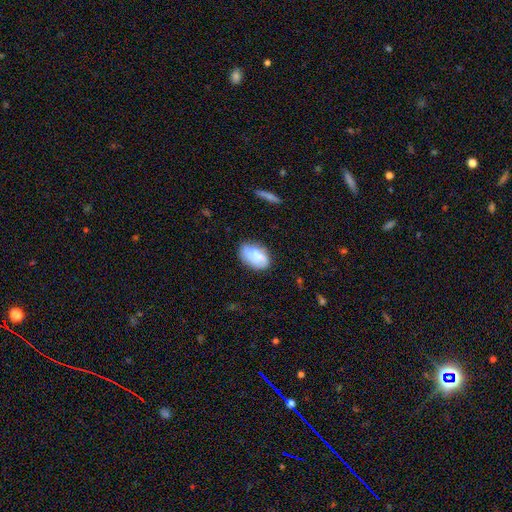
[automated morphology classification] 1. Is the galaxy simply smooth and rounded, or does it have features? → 68% smooth, 25% featured or disk, 8% star or artifact.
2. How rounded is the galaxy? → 89% in between, 9% round, 2% cigar-shaped.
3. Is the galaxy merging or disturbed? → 66% none, 24% minor disturbance, 6% major disturbance, 4% merger.